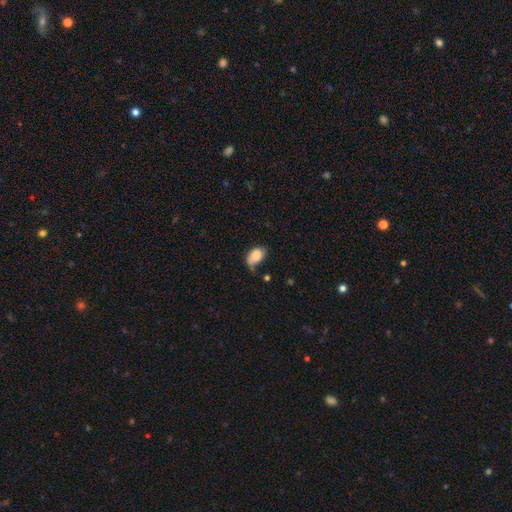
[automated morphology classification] Overall: smooth (83%). How rounded: in between (89%). Merging: none (48%; minor disturbance 34%).